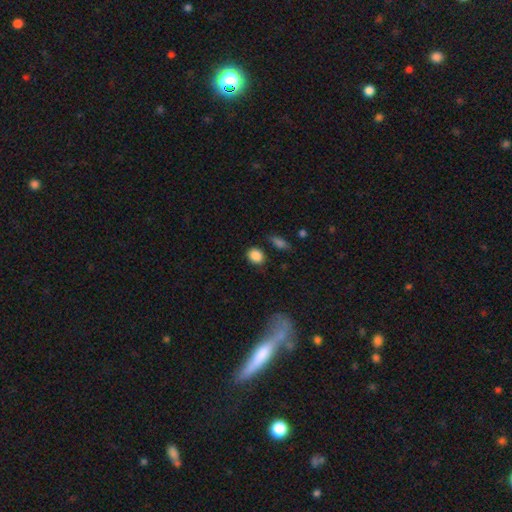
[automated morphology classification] Smooth or featured: smooth — 87% (star or artifact — 9%)
How rounded: round — 58% (in between — 40%)
Merging: none — 79% (minor disturbance — 13%)